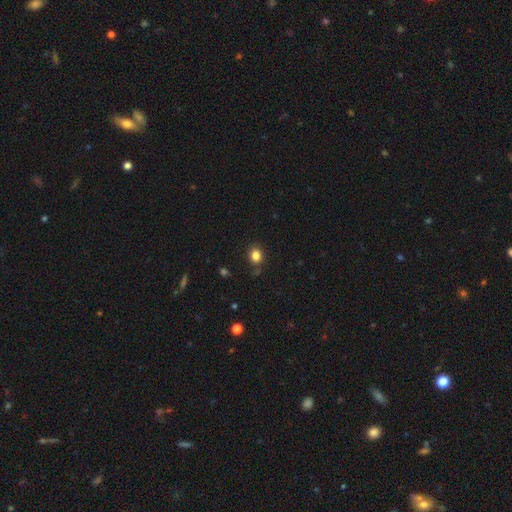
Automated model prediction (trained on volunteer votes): Q: Smooth or featured?
A: smooth (83%); runner-up: star or artifact (12%)
Q: How rounded?
A: round (62%); runner-up: in between (37%)
Q: Merging?
A: none (82%); runner-up: minor disturbance (13%)